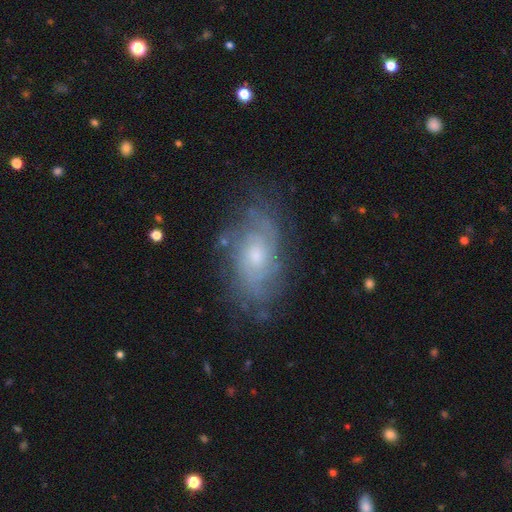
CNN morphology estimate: Overall: featured or disk (75%). Edge-on disk: no (94%). Bar: no (74%). Spiral arms: yes (88%). Spiral arm count: can't tell (48%; 2 27%). Spiral winding: tight (56%; medium 33%). Bulge size: moderate (49%; small 44%). Merging: none (74%).